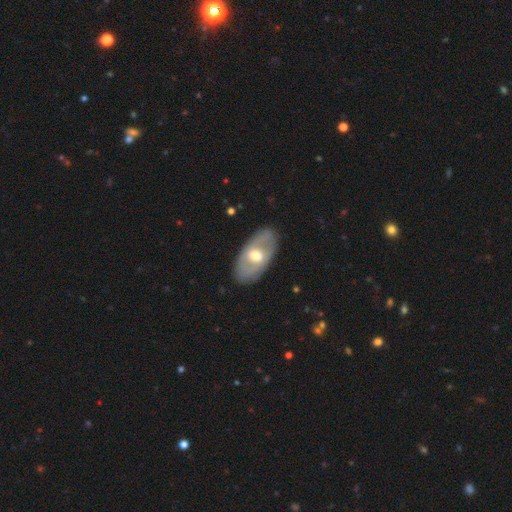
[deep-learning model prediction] smooth_or_featured: featured or disk (p=0.56) [alt: smooth p=0.39]
disk_edge_on: no (p=0.87) [alt: yes p=0.13]
merging: none (p=0.83) [alt: minor disturbance p=0.12]